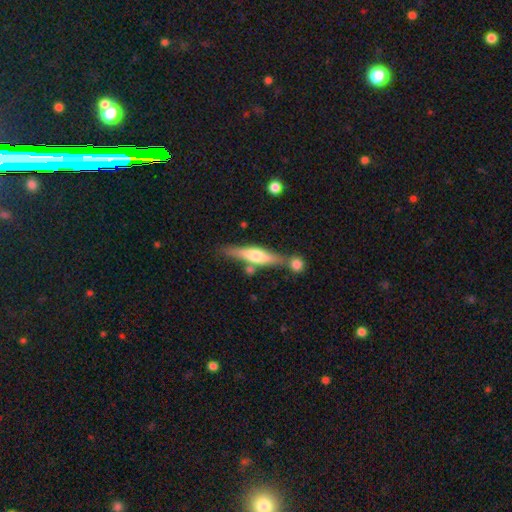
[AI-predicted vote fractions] Q: Smooth or featured?
A: featured or disk (54%); runner-up: smooth (40%)
Q: Edge-on disk?
A: yes (92%); runner-up: no (8%)
Q: Edge-on bulge?
A: rounded (86%); runner-up: boxy (9%)
Q: Merging?
A: none (65%); runner-up: merger (17%)